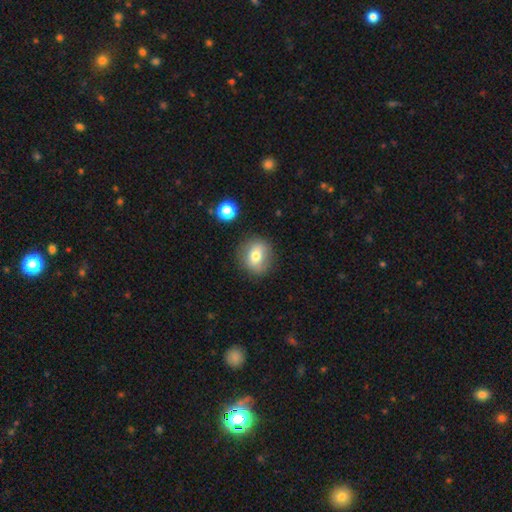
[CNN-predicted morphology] smooth-or-featured: smooth: 69% | featured or disk: 21% | star or artifact: 10%
  how-rounded: round: 71% | in between: 27% | cigar-shaped: 1%
  merging: none: 82% | minor disturbance: 12% | major disturbance: 4% | merger: 2%